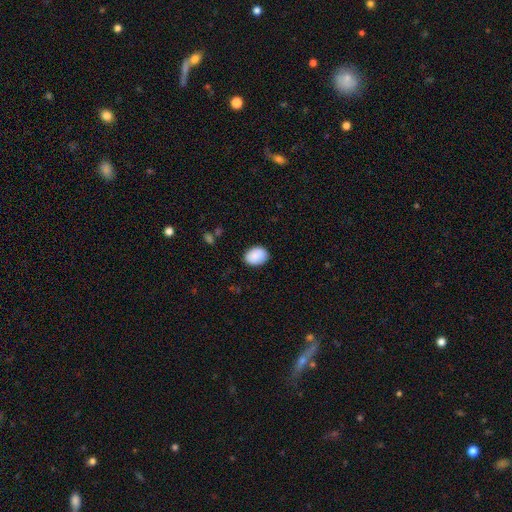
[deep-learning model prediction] A smooth galaxy with no disk features (89%) that is in between round and cigar-shaped (67%).

Vote fractions:
- Smooth or featured? smooth: 89% / star or artifact: 7% / featured or disk: 4%
- How rounded? in between: 67% / round: 32% / cigar-shaped: 1%
- Merging? none: 85% / minor disturbance: 11% / major disturbance: 2% / merger: 1%